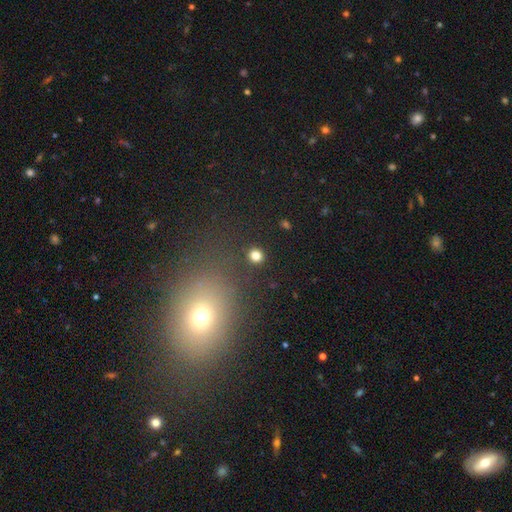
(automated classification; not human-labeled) Smooth or featured? Predicted: smooth (p=0.81). How rounded? Predicted: round (p=0.84). Merging? Predicted: none (p=0.90).